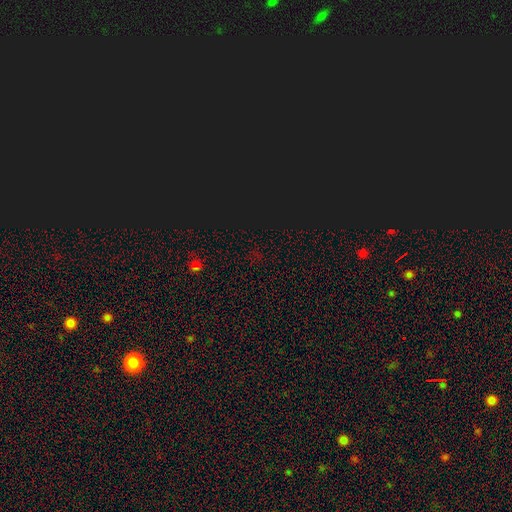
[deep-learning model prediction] A star or artifact, not a galaxy (75%).